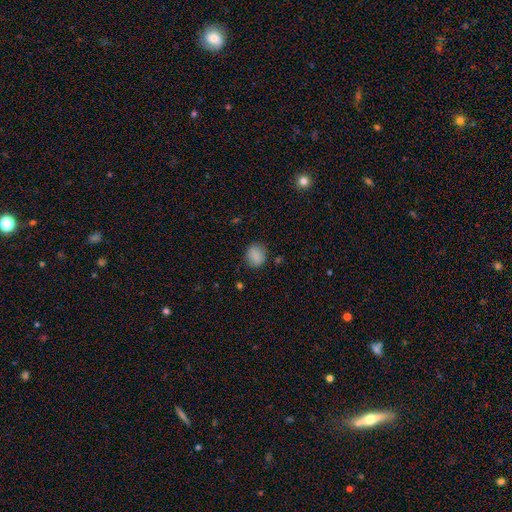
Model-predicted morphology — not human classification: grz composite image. It shows a smooth galaxy with no disk features (87%) that is round (69%). Merging: none (82%).